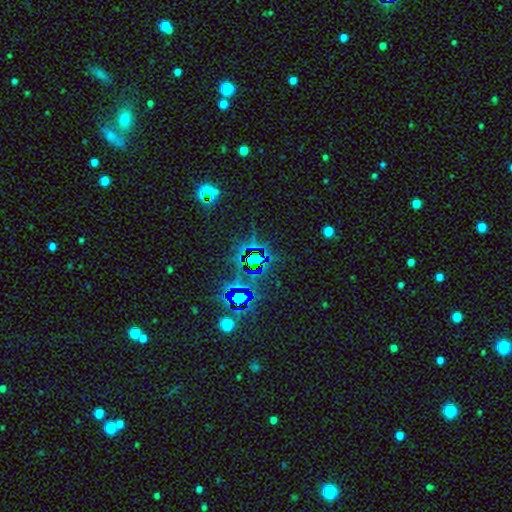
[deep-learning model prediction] Smooth or featured?
  - star or artifact: 83% *
  - smooth: 9%
  - featured or disk: 8%